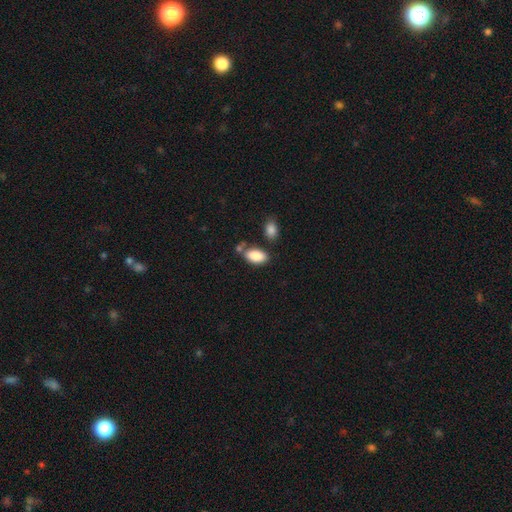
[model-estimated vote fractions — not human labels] smooth_or_featured: smooth (p=0.88) [alt: star or artifact p=0.07]
how_rounded: in between (p=0.93) [alt: round p=0.04]
merging: none (p=0.64) [alt: merger p=0.16]